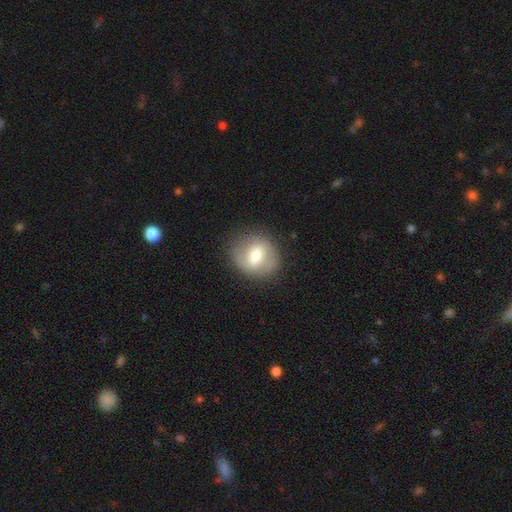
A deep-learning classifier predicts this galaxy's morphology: Smooth or featured: smooth — 58% (featured or disk — 35%)
How rounded: round — 73% (in between — 26%)
Merging: none — 81% (minor disturbance — 13%)